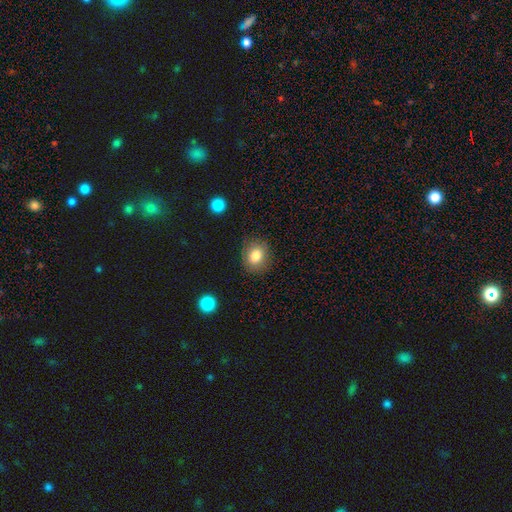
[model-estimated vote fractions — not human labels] Q: Smooth or featured?
A: smooth (81%); runner-up: star or artifact (9%)
Q: How rounded?
A: round (67%); runner-up: in between (33%)
Q: Merging?
A: none (83%); runner-up: minor disturbance (12%)